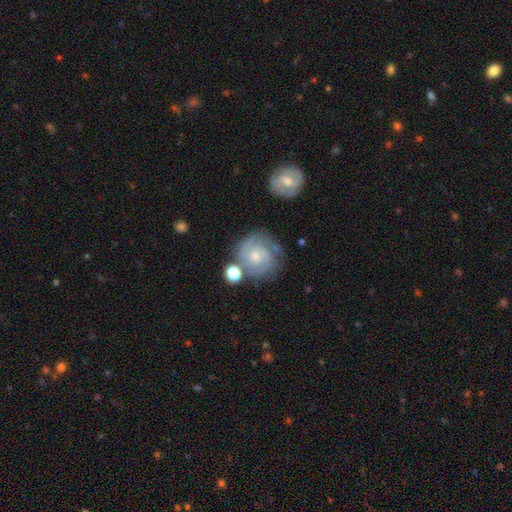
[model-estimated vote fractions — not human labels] Smooth or featured: featured or disk — 66% (smooth — 26%)
Edge-on disk: no — 98% (yes — 2%)
Bar: no — 71% (weak — 26%)
Spiral arms: yes — 88% (no — 12%)
Spiral winding: tight — 60% (medium — 31%)
Spiral arm count: 2 — 34% (tied with can't tell — 34%)
Bulge size: small — 57% (moderate — 36%)
Merging: none — 64% (minor disturbance — 19%)